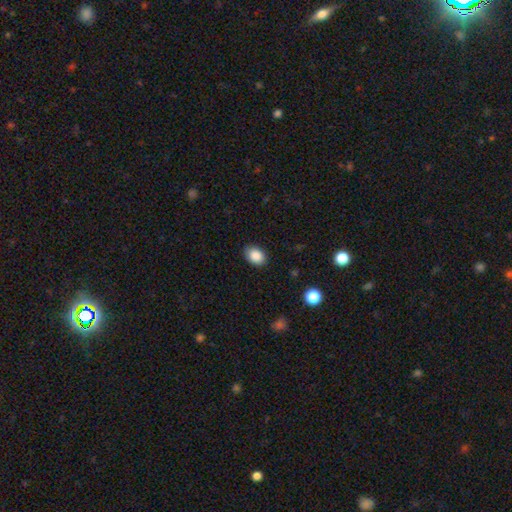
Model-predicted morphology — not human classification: A smooth galaxy with no disk features (88%) that is in between round and cigar-shaped (72%).

Vote fractions:
- Smooth or featured? smooth: 88% / star or artifact: 8% / featured or disk: 4%
- How rounded? in between: 72% / round: 27% / cigar-shaped: 1%
- Merging? none: 85% / minor disturbance: 11% / major disturbance: 3% / merger: 1%